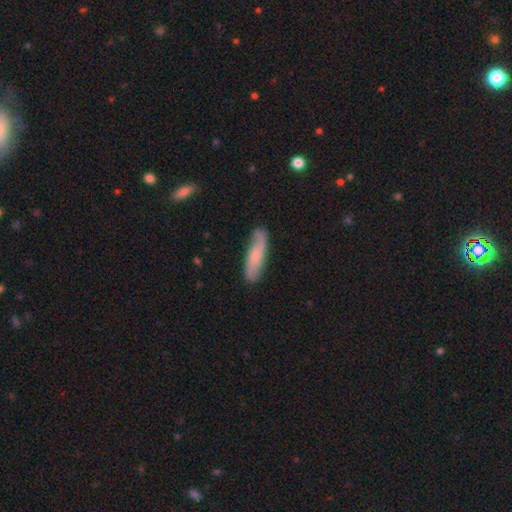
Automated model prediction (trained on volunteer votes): Smooth or featured? smooth (52%)
How rounded? cigar-shaped (62%)
Merging? none (71%)